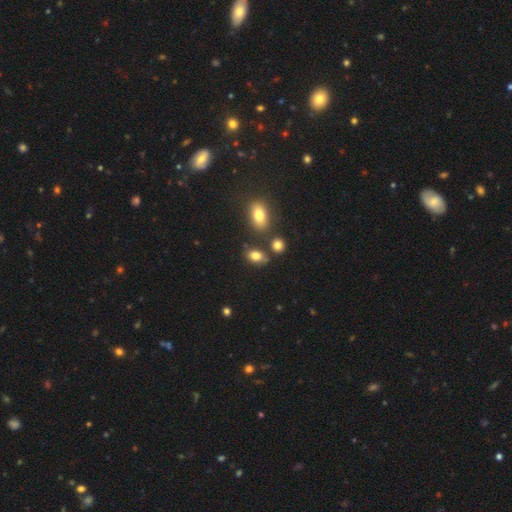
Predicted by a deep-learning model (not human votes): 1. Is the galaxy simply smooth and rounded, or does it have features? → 80% smooth, 11% star or artifact, 9% featured or disk.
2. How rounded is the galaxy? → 81% in between, 17% round, 2% cigar-shaped.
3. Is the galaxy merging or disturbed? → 69% none, 15% minor disturbance, 11% merger, 5% major disturbance.